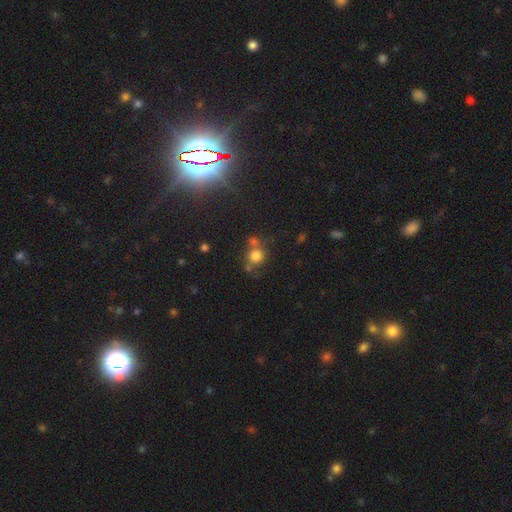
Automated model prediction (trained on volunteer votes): Smooth or featured?
  - smooth: 75% *
  - star or artifact: 15%
  - featured or disk: 10%
How rounded?
  - round: 86% *
  - in between: 12%
  - cigar-shaped: 1%
Merging?
  - none: 51% *
  - merger: 30%
  - minor disturbance: 12%
  - major disturbance: 7%